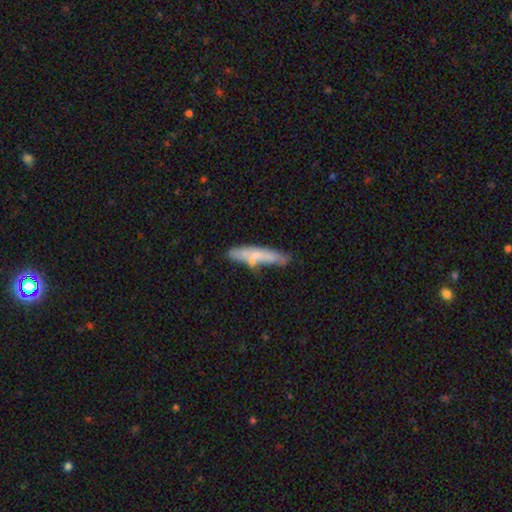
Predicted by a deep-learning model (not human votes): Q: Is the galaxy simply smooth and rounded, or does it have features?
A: smooth — 61%.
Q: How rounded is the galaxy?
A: cigar-shaped — 81%.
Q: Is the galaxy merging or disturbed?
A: none — 60%.